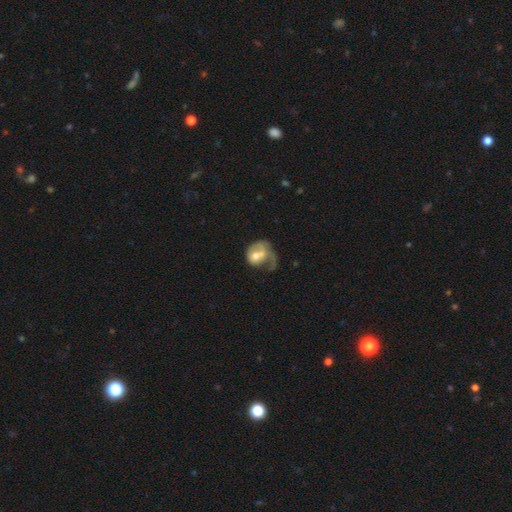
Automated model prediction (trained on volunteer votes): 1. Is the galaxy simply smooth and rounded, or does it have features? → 46% smooth (tied), 46% featured or disk (tied), 7% star or artifact.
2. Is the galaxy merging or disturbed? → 46% major disturbance, 20% merger, 19% none, 15% minor disturbance.